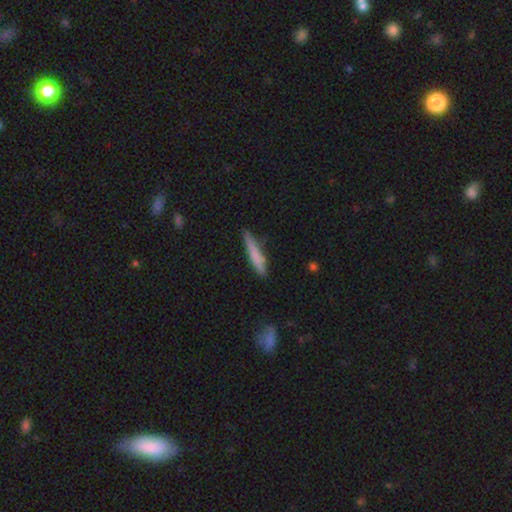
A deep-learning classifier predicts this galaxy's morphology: smooth_or_featured: smooth (p=0.73) [alt: featured or disk p=0.21]
how_rounded: cigar-shaped (p=0.92) [alt: in between p=0.07]
merging: none (p=0.80) [alt: minor disturbance p=0.15]